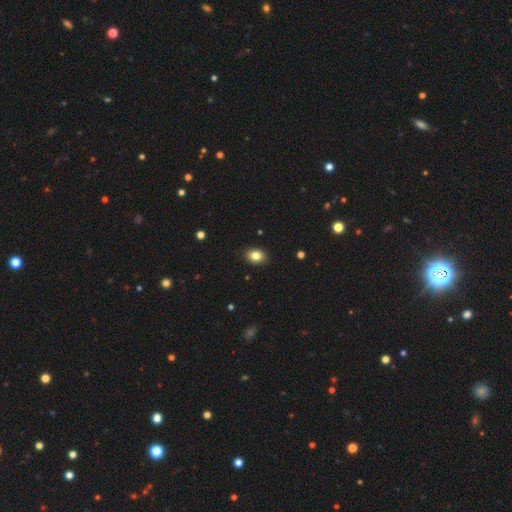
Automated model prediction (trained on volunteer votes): Smooth or featured: smooth — 83% (star or artifact — 10%)
How rounded: in between — 70% (round — 29%)
Merging: none — 89% (minor disturbance — 8%)